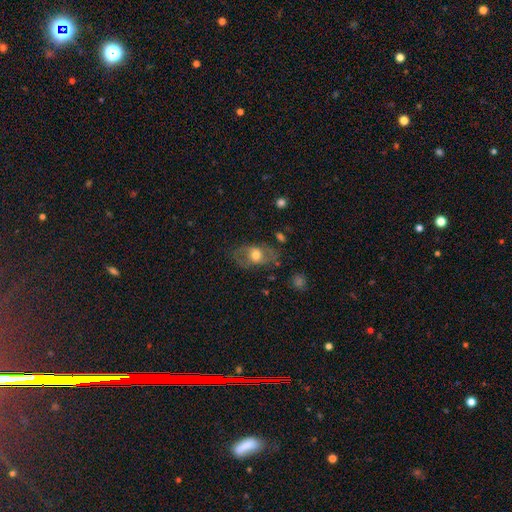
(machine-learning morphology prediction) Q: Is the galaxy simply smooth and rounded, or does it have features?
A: featured or disk — 47%.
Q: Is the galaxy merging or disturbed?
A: none — 68%.